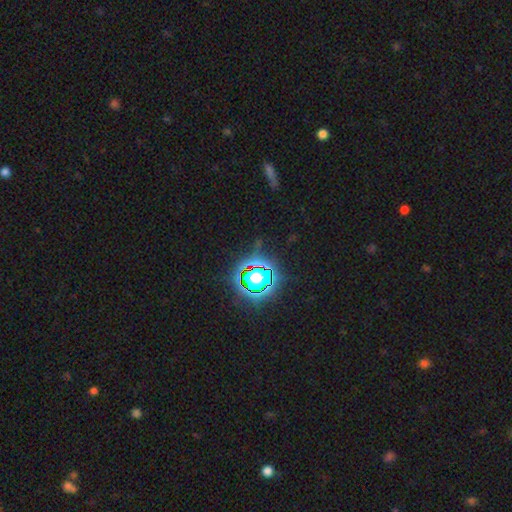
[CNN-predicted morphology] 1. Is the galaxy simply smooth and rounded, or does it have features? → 79% star or artifact, 14% smooth, 8% featured or disk.